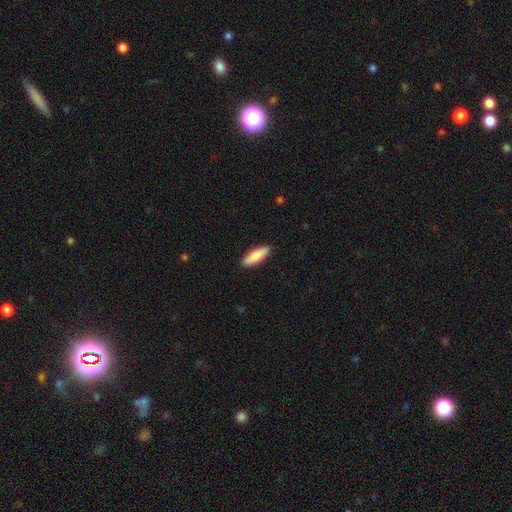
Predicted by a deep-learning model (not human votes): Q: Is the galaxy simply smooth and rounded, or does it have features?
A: smooth — 85%.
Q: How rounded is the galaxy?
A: in between — 51%.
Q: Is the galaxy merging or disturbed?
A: none — 90%.